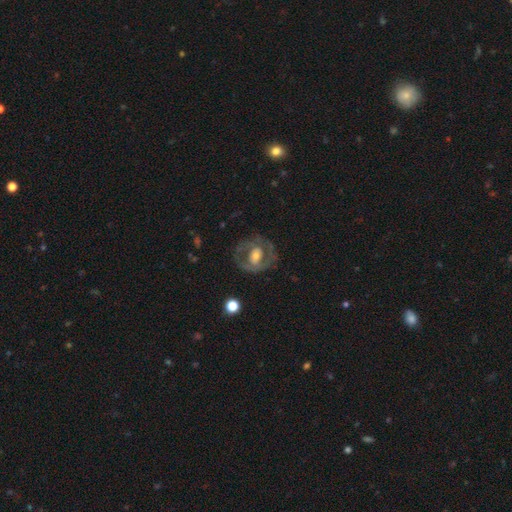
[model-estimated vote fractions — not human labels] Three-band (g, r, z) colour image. It shows a featured or disk galaxy (70%) with no bar (54%), no spiral arms (50%, tied with yes) and a moderate central bulge (56%). Merging: none (66%).